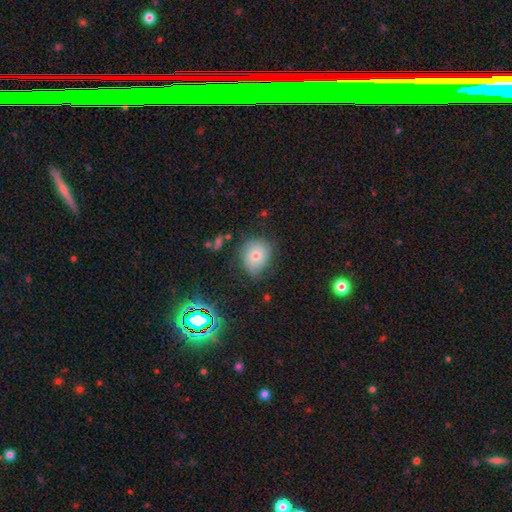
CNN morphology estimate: type=smooth (67%); roundness=round (74%); merging=none (68%).